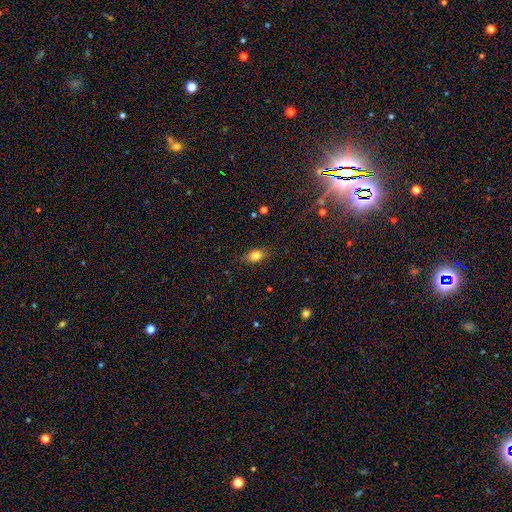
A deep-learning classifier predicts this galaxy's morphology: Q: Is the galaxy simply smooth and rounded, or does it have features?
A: smooth — 79%.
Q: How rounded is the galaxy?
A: in between — 78%.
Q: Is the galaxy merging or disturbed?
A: none — 83%.